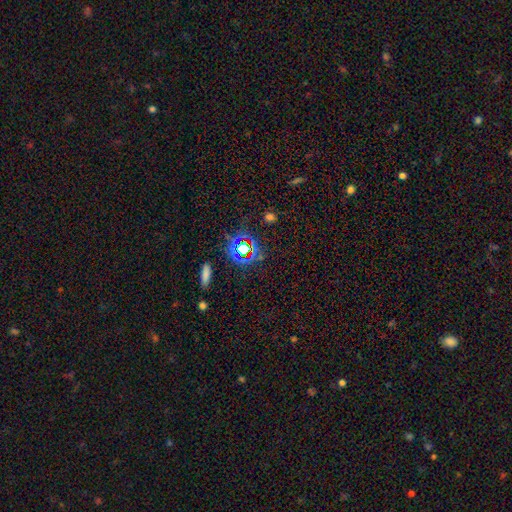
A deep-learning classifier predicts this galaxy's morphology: A star or artifact, not a galaxy (69%).

Vote fractions:
- Smooth or featured? star or artifact: 69% / smooth: 21% / featured or disk: 10%